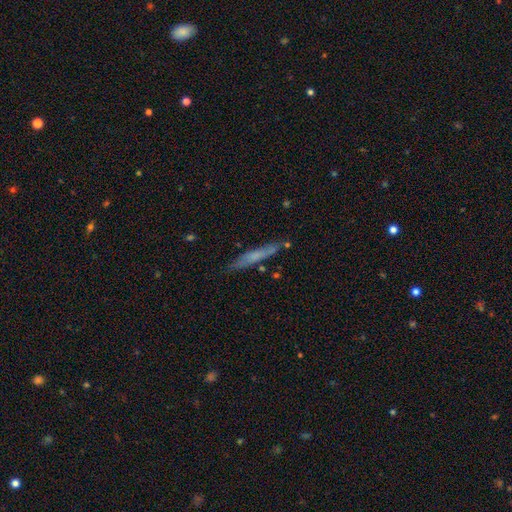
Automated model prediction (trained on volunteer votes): Smooth or featured?
  - smooth: 54% *
  - featured or disk: 39%
  - star or artifact: 7%
How rounded?
  - cigar-shaped: 93% *
  - in between: 5%
  - round: 2%
Merging?
  - none: 80% *
  - minor disturbance: 14%
  - merger: 3%
  - major disturbance: 3%